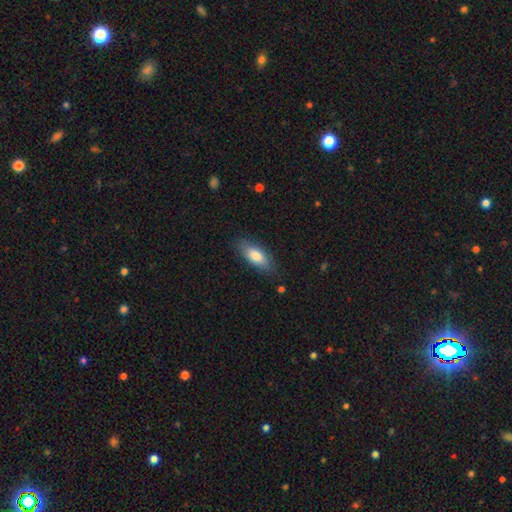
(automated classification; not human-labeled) This appears to be a smooth galaxy with no disk features (80%) that is in between round and cigar-shaped (81%). Merging: none (82%).